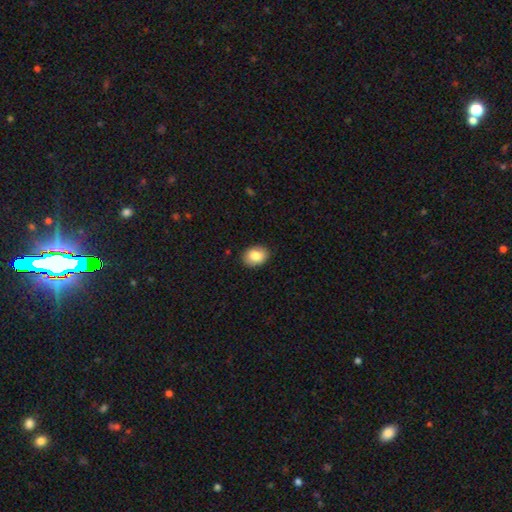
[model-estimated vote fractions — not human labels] This appears to be a smooth galaxy with no disk features (85%) that is in between round and cigar-shaped (70%). Merging: none (88%).